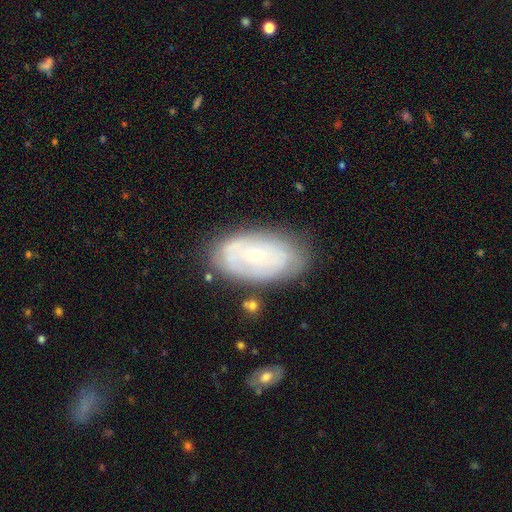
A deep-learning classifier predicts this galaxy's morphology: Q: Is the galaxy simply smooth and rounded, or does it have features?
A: featured or disk — 59%.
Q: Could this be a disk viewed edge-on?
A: no — 93%.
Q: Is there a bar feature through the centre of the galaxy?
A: no — 83%.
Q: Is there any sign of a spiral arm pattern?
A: yes — 53%.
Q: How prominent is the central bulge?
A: small — 69%.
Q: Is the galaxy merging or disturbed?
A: none — 70%.